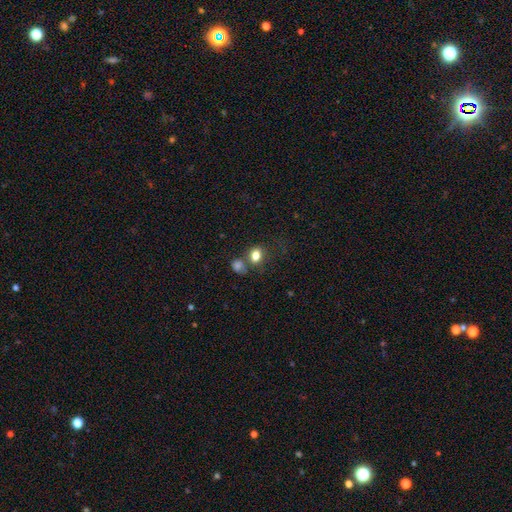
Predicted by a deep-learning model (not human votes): smooth 80%, star or artifact 12%, featured or disk 8%. Down the decision tree: how rounded — in between (50%); merging — none (54%).